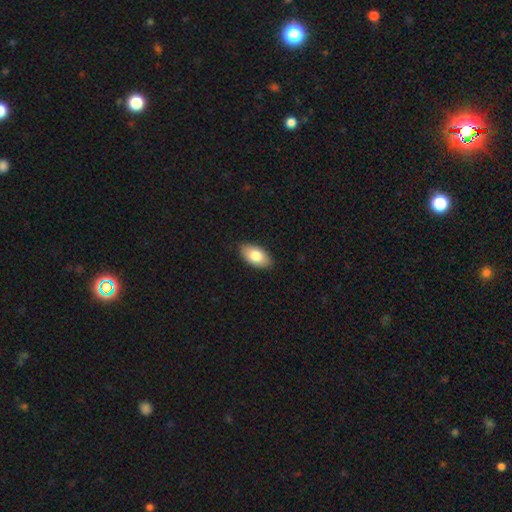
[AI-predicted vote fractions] Smooth or featured: smooth — 82% (featured or disk — 12%)
How rounded: in between — 94% (round — 3%)
Merging: none — 87% (minor disturbance — 10%)